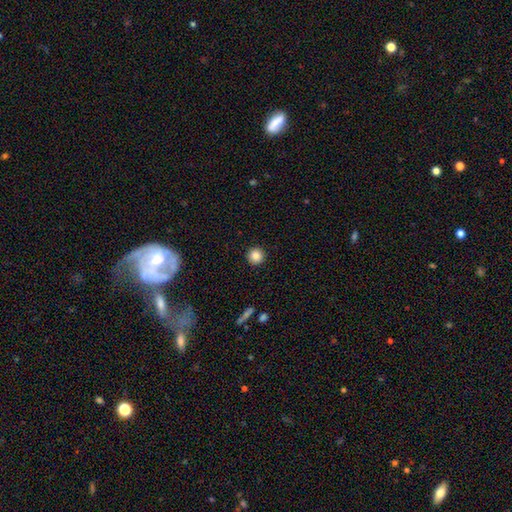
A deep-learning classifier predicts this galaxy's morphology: This appears to be a smooth galaxy with no disk features (85%) that is round (96%). Merging: none (93%).